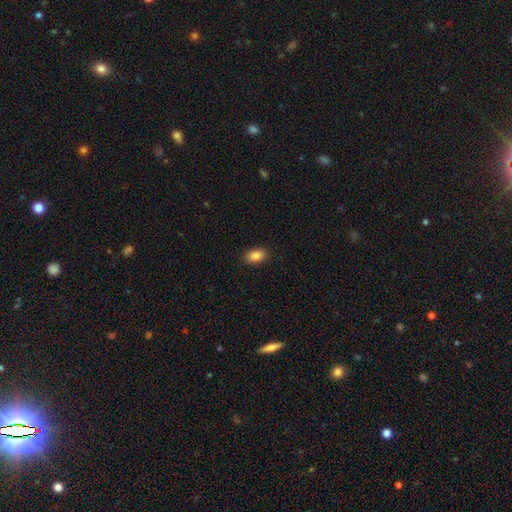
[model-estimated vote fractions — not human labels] This is clearly a smooth galaxy (87%). How rounded: clearly in between (91%). Merging: clearly none (90%).